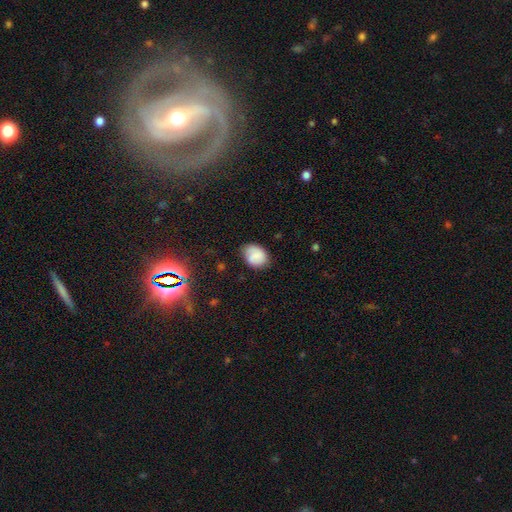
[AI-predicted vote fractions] Q: Smooth or featured?
A: smooth (77%); runner-up: featured or disk (14%)
Q: How rounded?
A: in between (64%); runner-up: round (35%)
Q: Merging?
A: none (68%); runner-up: minor disturbance (25%)